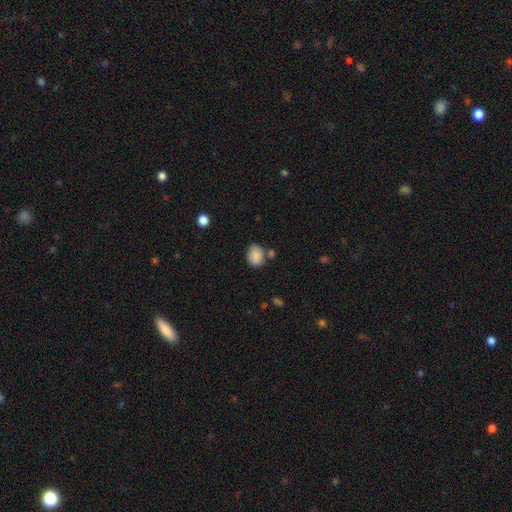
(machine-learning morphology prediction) smooth 87%, star or artifact 8%, featured or disk 5%. Down the decision tree: how rounded — in between (65%); merging — none (67%).